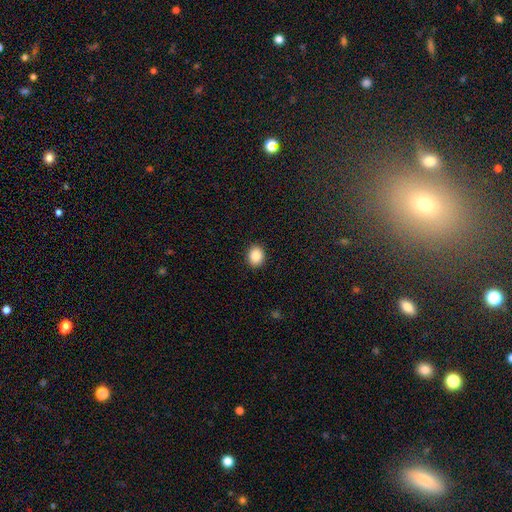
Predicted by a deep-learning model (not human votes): Smooth or featured: smooth — 87% (star or artifact — 9%)
How rounded: round — 60% (in between — 39%)
Merging: none — 91% (minor disturbance — 6%)